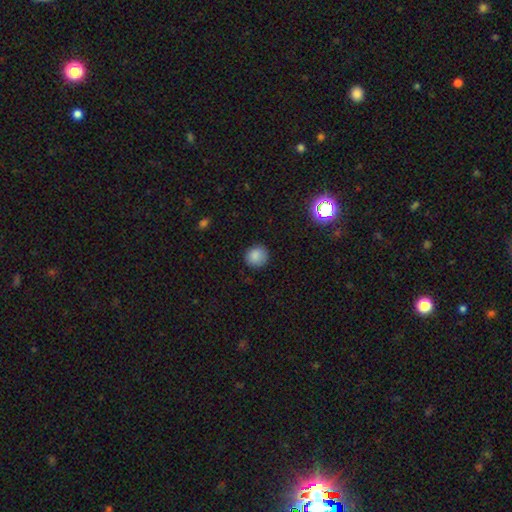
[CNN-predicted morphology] Smooth or featured? Predicted: smooth (p=0.86). How rounded? Predicted: round (p=0.87). Merging? Predicted: none (p=0.87).